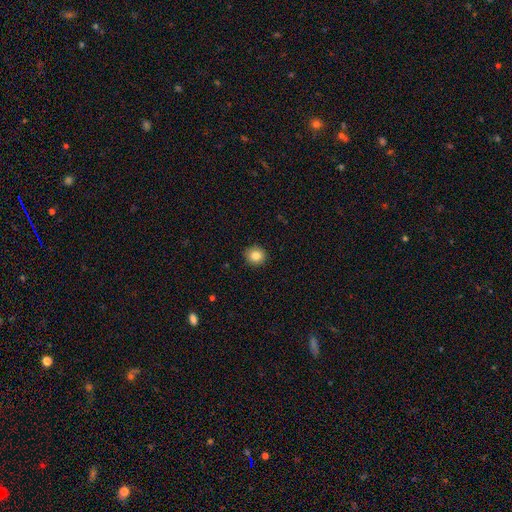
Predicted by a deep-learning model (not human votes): Smooth or featured: smooth — 84% (star or artifact — 10%)
How rounded: round — 87% (in between — 12%)
Merging: none — 91% (minor disturbance — 6%)